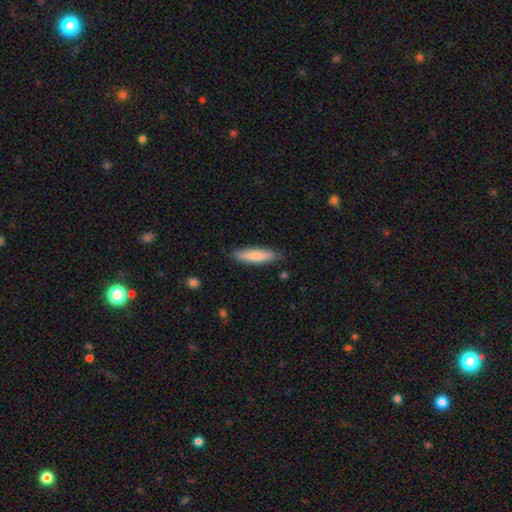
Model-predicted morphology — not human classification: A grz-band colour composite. It shows a smooth galaxy with no disk features (79%) that is cigar-shaped (73%). Merging: none (85%).